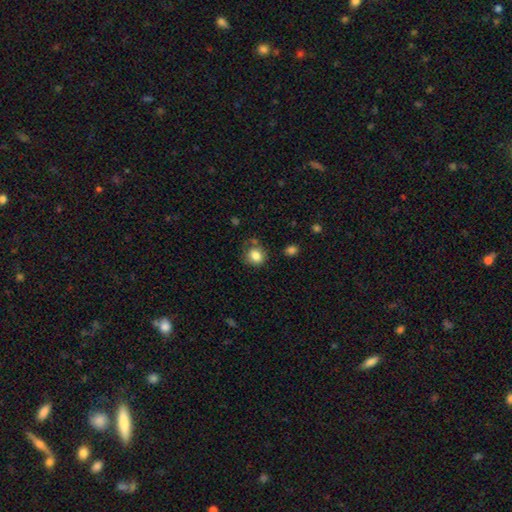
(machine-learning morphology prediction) This appears to be a smooth galaxy with no disk features (83%) that is round (73%). Merging: none (67%).